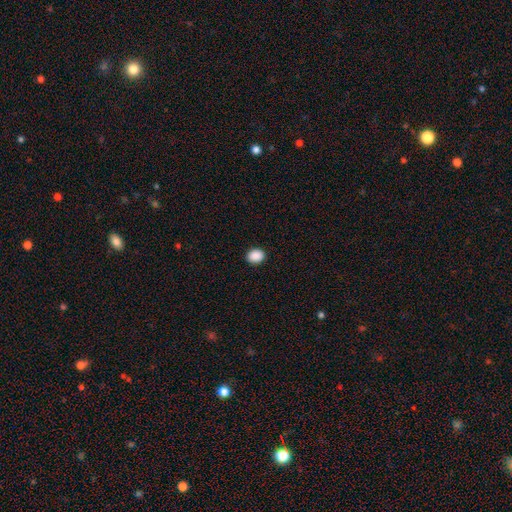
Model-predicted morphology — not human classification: smooth 90%, star or artifact 8%, featured or disk 2%. Down the decision tree: how rounded — round (52%); merging — none (91%).